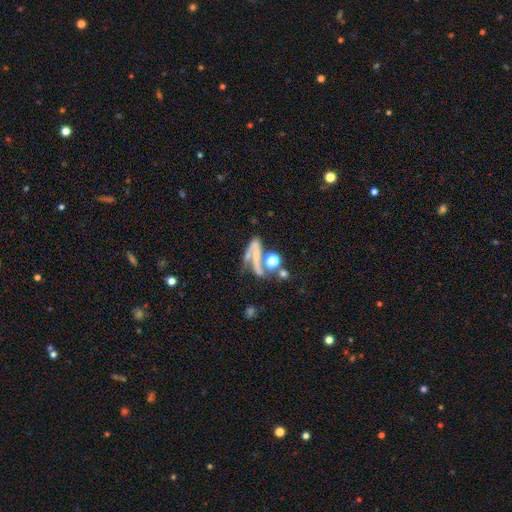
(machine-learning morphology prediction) smooth-or-featured: smooth: 39% | featured or disk: 37% | star or artifact: 23%
  merging: merger: 34% | none: 29% | major disturbance: 22% | minor disturbance: 14%